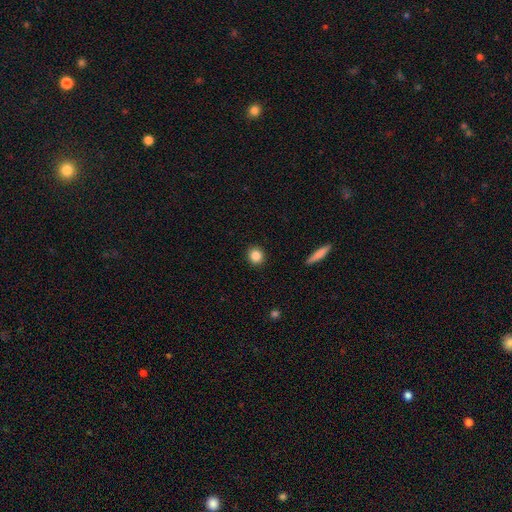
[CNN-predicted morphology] This is clearly a smooth galaxy (85%). How rounded: clearly round (84%). Merging: clearly none (91%).